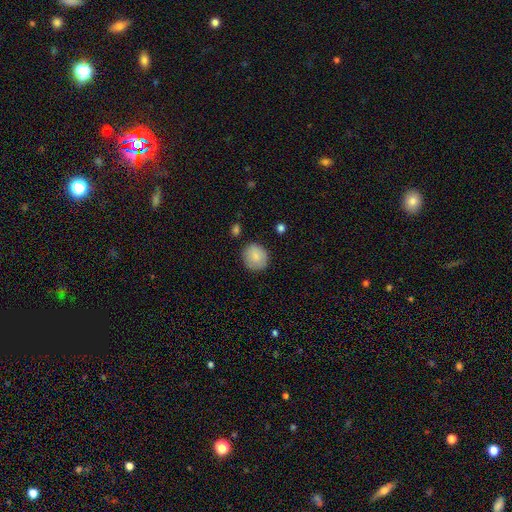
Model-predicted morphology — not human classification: This is clearly a smooth galaxy (84%). How rounded: clearly round (88%). Merging: clearly none (84%).